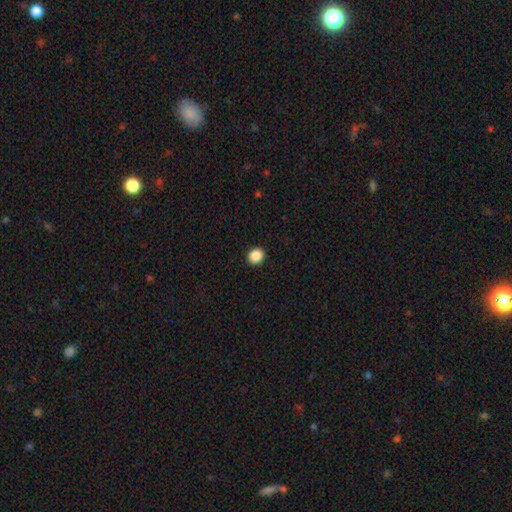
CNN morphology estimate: This is clearly a smooth galaxy (88%). How rounded: clearly round (81%). Merging: clearly none (93%).